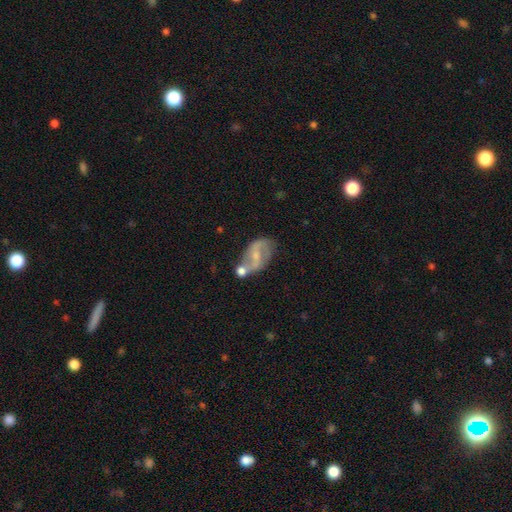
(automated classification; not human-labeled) featured or disk 70%, smooth 22%, star or artifact 8%. Down the decision tree: edge-on disk — no (95%); bar — weak (45%); spiral arms — yes (79%); spiral arm count — 2 (85%); spiral winding — loose (55%); bulge size — small (59%); merging — none (45%).